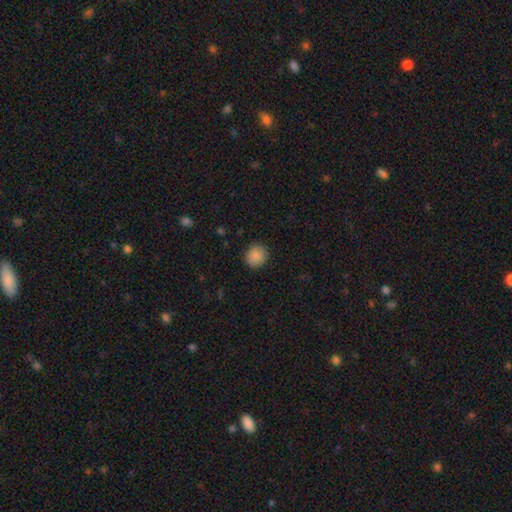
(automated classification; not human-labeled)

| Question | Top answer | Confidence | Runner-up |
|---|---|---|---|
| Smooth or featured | smooth | 88% | star or artifact (9%) |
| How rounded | round | 85% | in between (14%) |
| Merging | none | 89% | minor disturbance (8%) |